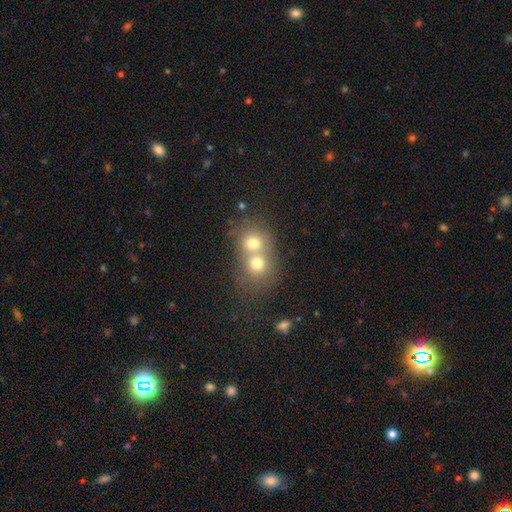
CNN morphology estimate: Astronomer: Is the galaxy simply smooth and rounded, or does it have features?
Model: smooth — 63%.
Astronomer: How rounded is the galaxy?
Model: round — 73%.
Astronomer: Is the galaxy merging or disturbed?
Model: merger — 71%.